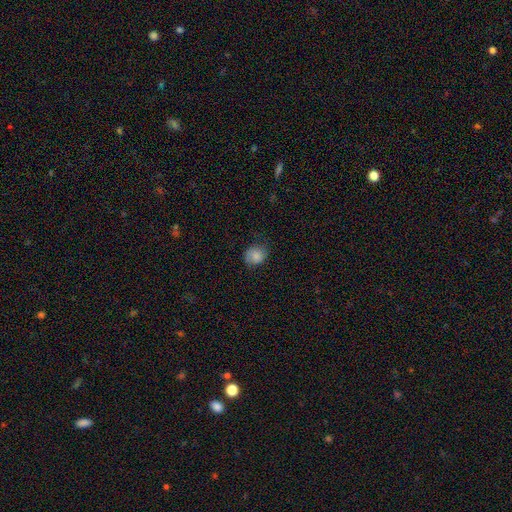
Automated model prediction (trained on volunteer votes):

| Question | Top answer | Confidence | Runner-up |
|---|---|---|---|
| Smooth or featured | smooth | 81% | featured or disk (10%) |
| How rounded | round | 64% | in between (35%) |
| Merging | none | 66% | minor disturbance (26%) |